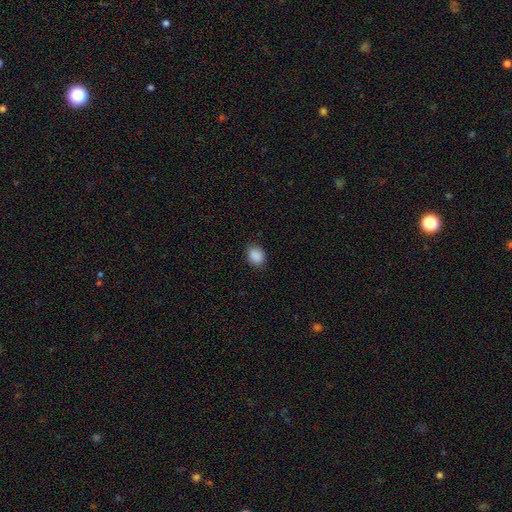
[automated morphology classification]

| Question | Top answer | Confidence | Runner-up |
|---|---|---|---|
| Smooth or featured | smooth | 89% | star or artifact (8%) |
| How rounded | in between | 53% | round (46%) |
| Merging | none | 86% | minor disturbance (11%) |